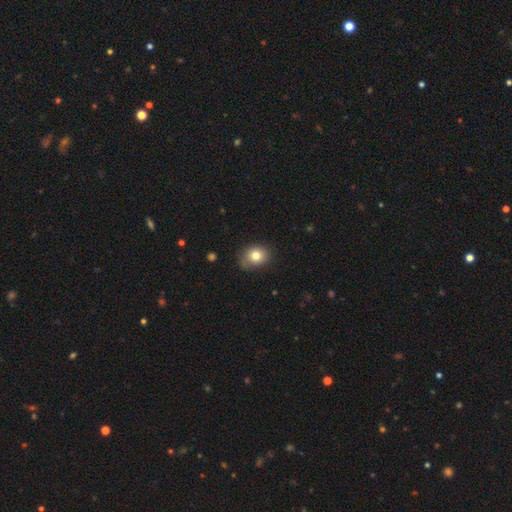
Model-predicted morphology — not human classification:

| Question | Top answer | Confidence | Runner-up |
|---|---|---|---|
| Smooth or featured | smooth | 78% | featured or disk (11%) |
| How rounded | round | 62% | in between (37%) |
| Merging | none | 76% | minor disturbance (19%) |